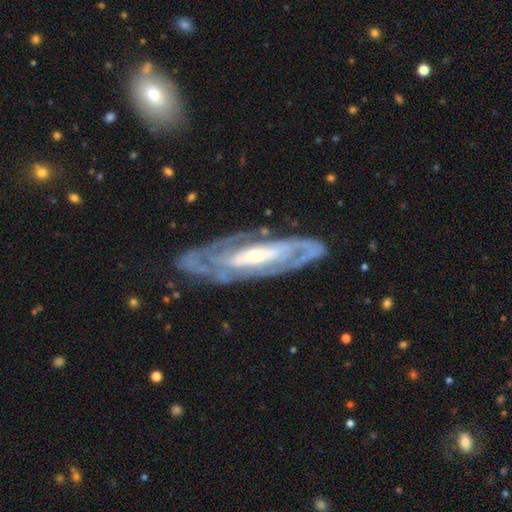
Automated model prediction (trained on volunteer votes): featured or disk 87%, smooth 8%, star or artifact 5%. Down the decision tree: edge-on disk — no (83%); bar — strong (37%); spiral arms — yes (91%); spiral arm count — 2 (42%); spiral winding — tight (66%); bulge size — small (56%); merging — none (79%).